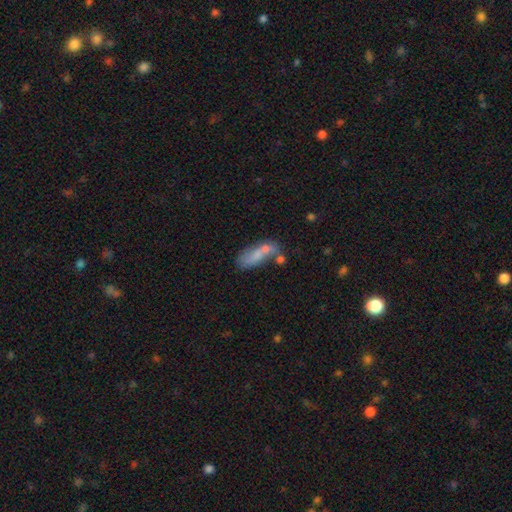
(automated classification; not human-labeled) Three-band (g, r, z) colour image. It shows a smooth galaxy with no disk features (62%) that is in between round and cigar-shaped (69%). Merging: merger (37%).